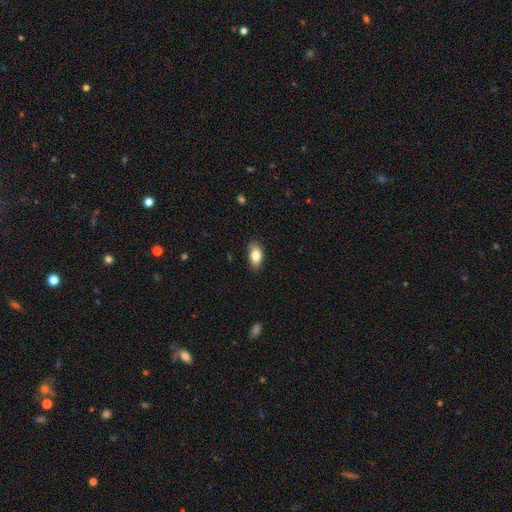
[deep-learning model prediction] This appears to be a smooth galaxy with no disk features (84%) that is in between round and cigar-shaped (91%). Merging: none (82%).